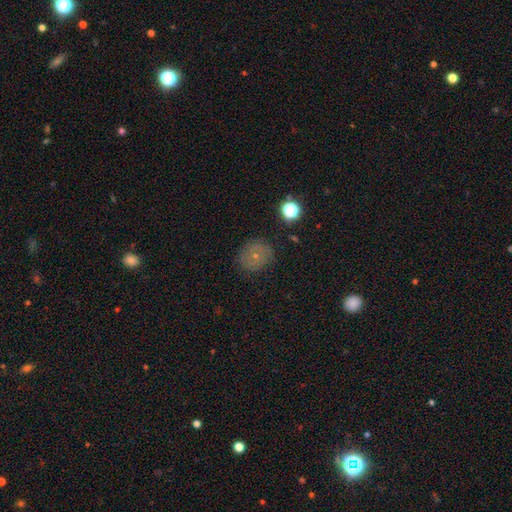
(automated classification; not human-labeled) Smooth or featured?
  - smooth: 57% *
  - featured or disk: 25%
  - star or artifact: 17%
How rounded?
  - round: 83% *
  - in between: 16%
  - cigar-shaped: 1%
Merging?
  - none: 79% *
  - minor disturbance: 15%
  - major disturbance: 5%
  - merger: 1%